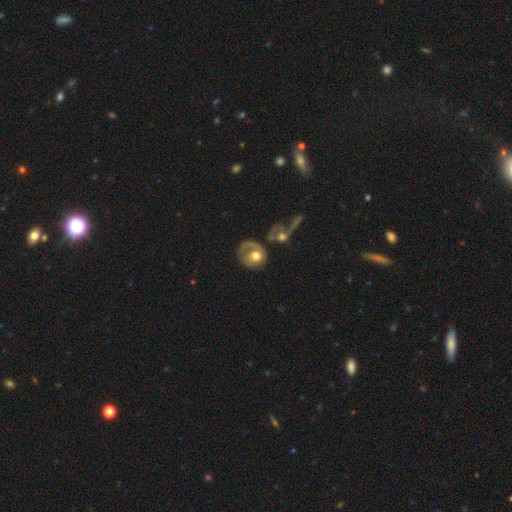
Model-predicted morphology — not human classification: smooth-or-featured: smooth: 50% | featured or disk: 43% | star or artifact: 7%
  merging: none: 36% | major disturbance: 26% | merger: 20% | minor disturbance: 18%